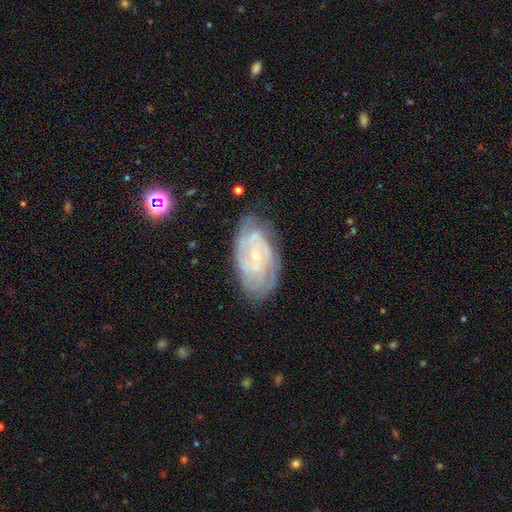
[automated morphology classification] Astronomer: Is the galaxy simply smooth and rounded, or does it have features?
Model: featured or disk — 82%.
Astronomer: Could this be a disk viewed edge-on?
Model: no — 95%.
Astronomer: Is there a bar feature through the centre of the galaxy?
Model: no — 66%.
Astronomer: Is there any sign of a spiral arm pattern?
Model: yes — 93%.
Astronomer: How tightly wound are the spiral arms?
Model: tight — 70%.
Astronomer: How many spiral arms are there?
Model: can't tell — 37% (runner-up: 2, 24%).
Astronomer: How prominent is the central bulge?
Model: small — 79%.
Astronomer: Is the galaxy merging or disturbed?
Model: none — 72%.